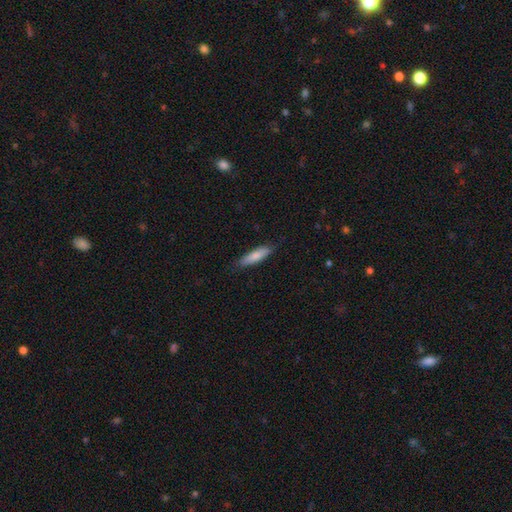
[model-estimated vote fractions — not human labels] Smooth or featured: smooth — 78% (featured or disk — 16%)
How rounded: cigar-shaped — 63% (in between — 36%)
Merging: none — 82% (minor disturbance — 15%)